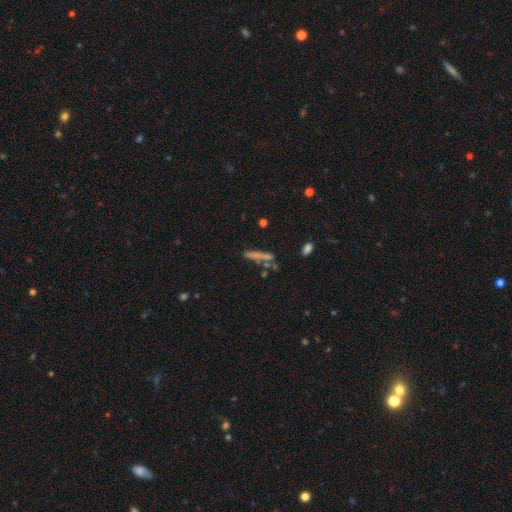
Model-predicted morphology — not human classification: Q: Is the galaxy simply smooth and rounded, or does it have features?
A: smooth — 59%.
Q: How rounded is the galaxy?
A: cigar-shaped — 90%.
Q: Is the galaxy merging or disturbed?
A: none — 69%.